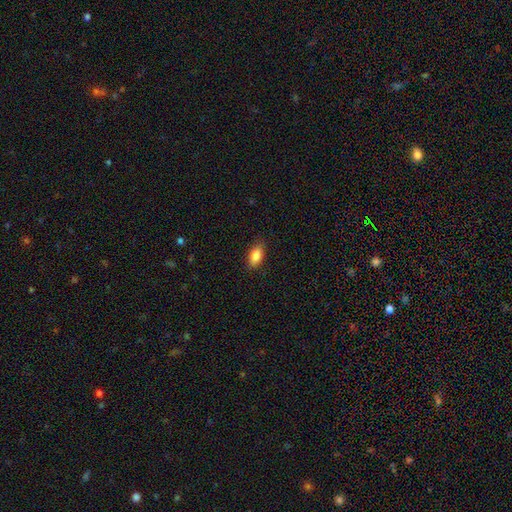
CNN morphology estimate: A smooth galaxy with no disk features (87%) that is in between round and cigar-shaped (90%).

Vote fractions:
- Smooth or featured? smooth: 87% / star or artifact: 7% / featured or disk: 6%
- How rounded? in between: 90% / cigar-shaped: 5% / round: 4%
- Merging? none: 86% / minor disturbance: 10% / major disturbance: 2% / merger: 1%